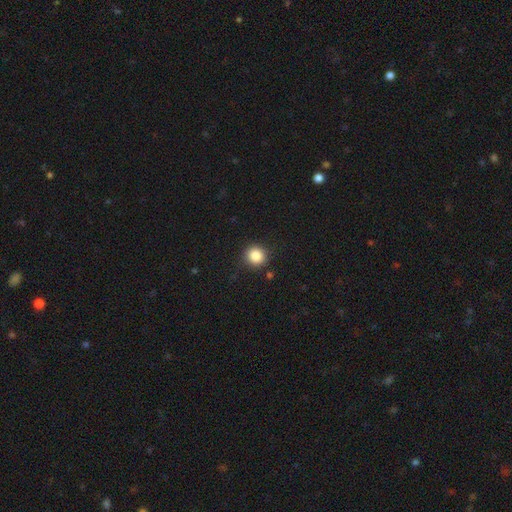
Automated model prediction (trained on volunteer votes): Smooth or featured?
  - smooth: 85% *
  - star or artifact: 10%
  - featured or disk: 4%
How rounded?
  - round: 92% *
  - in between: 7%
  - cigar-shaped: 1%
Merging?
  - none: 88% *
  - minor disturbance: 8%
  - major disturbance: 2%
  - merger: 2%